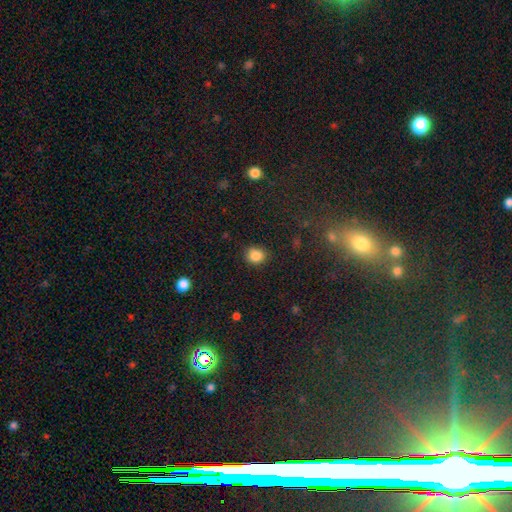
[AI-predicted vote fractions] Smooth or featured? Predicted: smooth (p=0.85). How rounded? Predicted: round (p=0.74). Merging? Predicted: none (p=0.85).